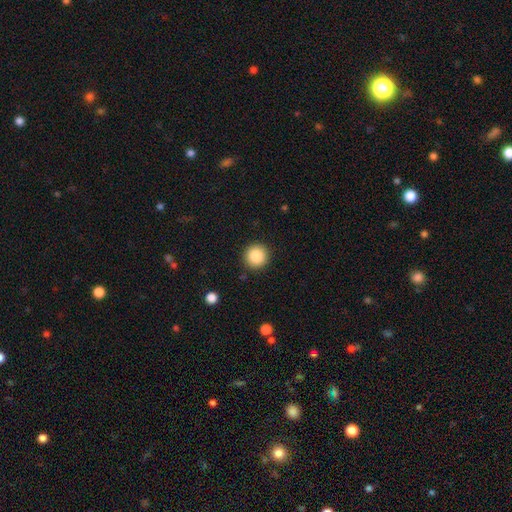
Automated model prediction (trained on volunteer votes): smooth 86%, star or artifact 9%, featured or disk 5%. Down the decision tree: how rounded — round (95%); merging — none (91%).